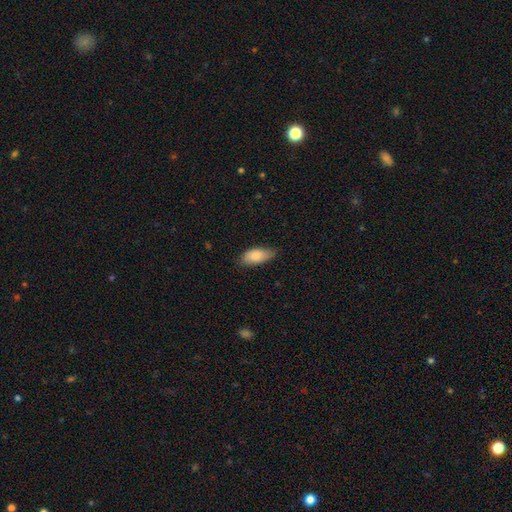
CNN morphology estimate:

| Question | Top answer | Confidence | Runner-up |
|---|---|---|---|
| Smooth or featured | smooth | 84% | featured or disk (10%) |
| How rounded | in between | 88% | cigar-shaped (9%) |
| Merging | none | 71% | minor disturbance (24%) |